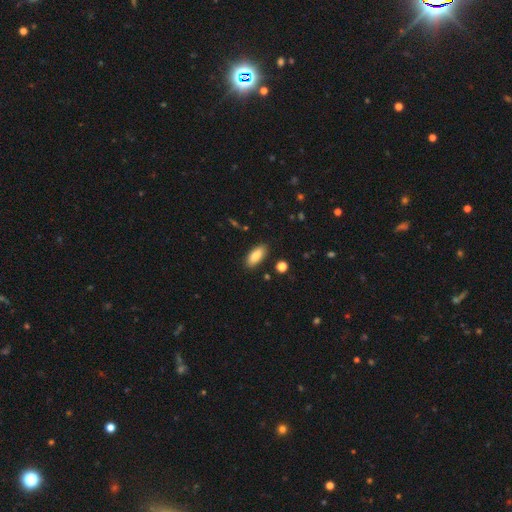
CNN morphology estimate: smooth 86%, featured or disk 8%, star or artifact 7%. Down the decision tree: how rounded — in between (84%); merging — none (87%).